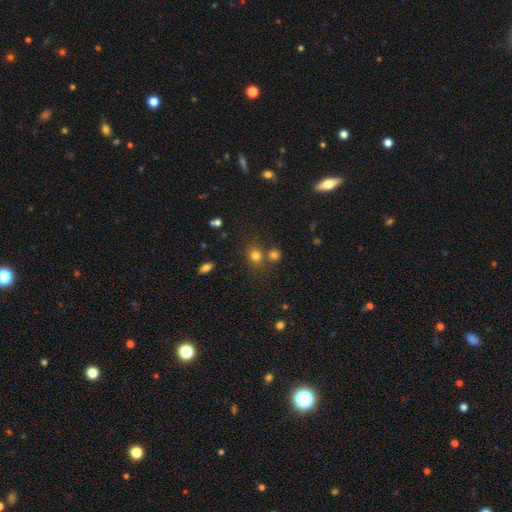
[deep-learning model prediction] Morphology: type=smooth (75%); roundness=round (76%); merging=none (64%).